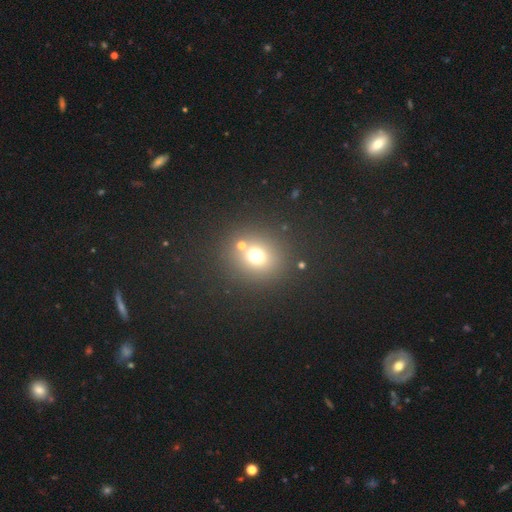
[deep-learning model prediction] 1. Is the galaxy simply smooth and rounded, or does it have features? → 66% smooth, 23% star or artifact, 10% featured or disk.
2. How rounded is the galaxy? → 82% round, 17% in between, 1% cigar-shaped.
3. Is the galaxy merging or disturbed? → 75% none, 13% merger, 8% minor disturbance, 5% major disturbance.